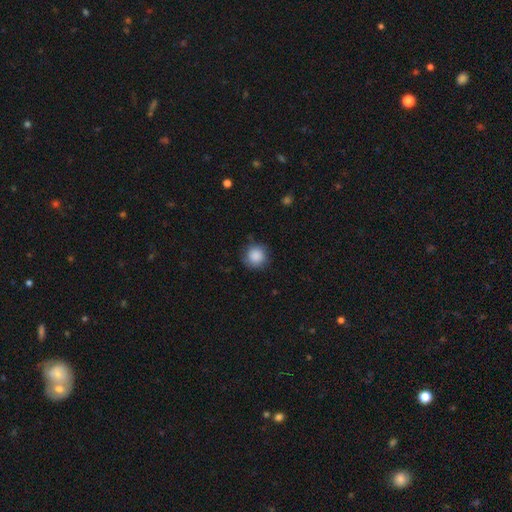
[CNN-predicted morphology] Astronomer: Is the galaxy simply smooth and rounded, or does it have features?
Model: smooth — 88%.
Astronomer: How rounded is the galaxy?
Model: round — 94%.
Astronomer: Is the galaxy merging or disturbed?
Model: none — 83%.